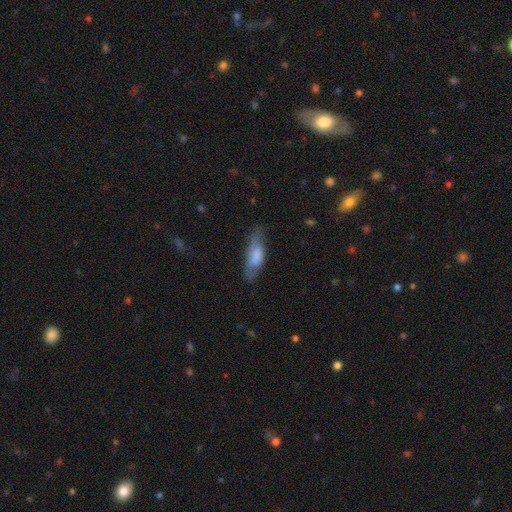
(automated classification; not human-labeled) Overall: smooth (67%). How rounded: in between (62%; cigar-shaped 36%). Merging: none (55%; minor disturbance 29%).